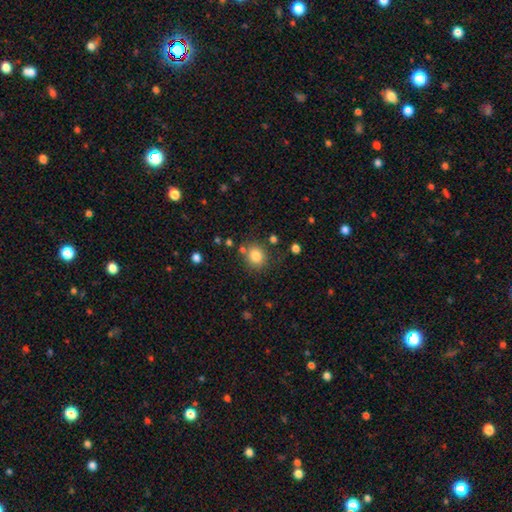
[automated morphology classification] Smooth or featured? smooth (83%)
How rounded? round (75%)
Merging? none (76%)